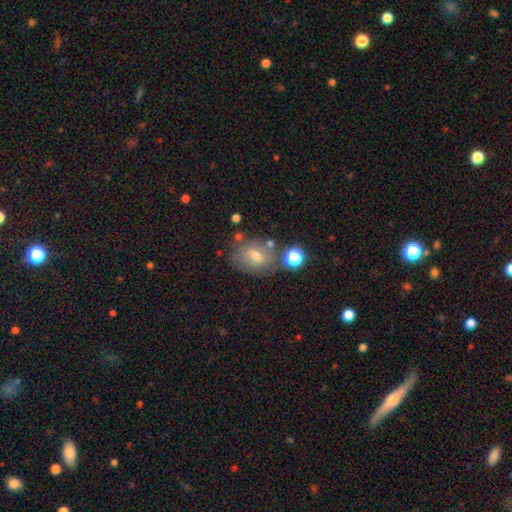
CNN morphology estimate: A smooth galaxy with no disk features (55%) that is in between round and cigar-shaped (54%).

Vote fractions:
- Smooth or featured? smooth: 55% / featured or disk: 31% / star or artifact: 14%
- How rounded? in between: 54% / round: 45% / cigar-shaped: 2%
- Merging? none: 63% / minor disturbance: 18% / merger: 12% / major disturbance: 8%